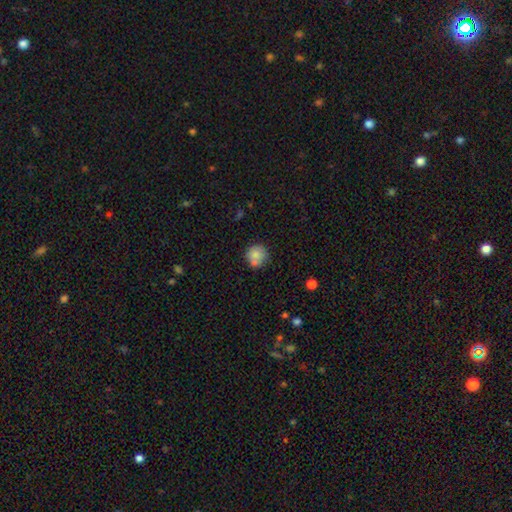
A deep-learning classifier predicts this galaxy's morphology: Smooth or featured: smooth — 79% (featured or disk — 13%)
How rounded: round — 91% (in between — 9%)
Merging: none — 66% (merger — 16%)